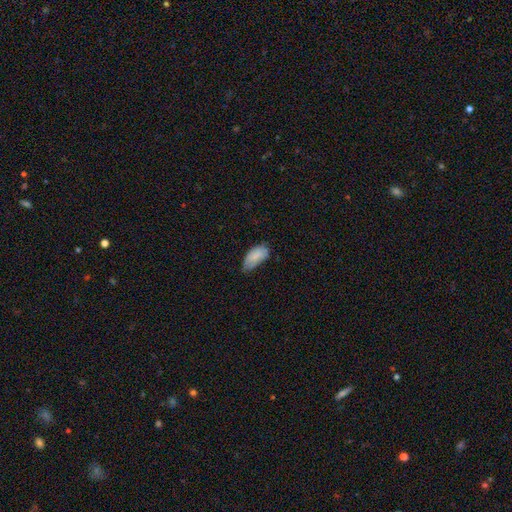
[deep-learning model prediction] Smooth or featured? Predicted: smooth (p=0.83). How rounded? Predicted: in between (p=0.93). Merging? Predicted: none (p=0.44, tied with minor disturbance).